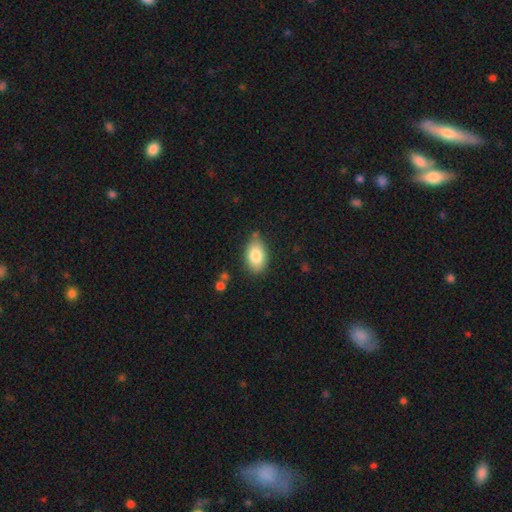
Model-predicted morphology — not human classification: This is clearly a smooth galaxy (82%). How rounded: clearly in between (91%). Merging: likely none (79%).